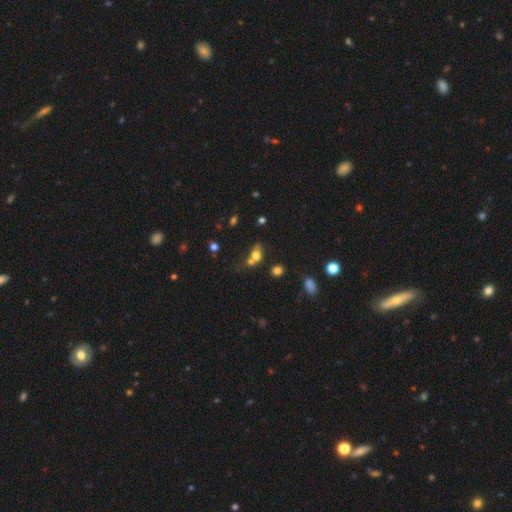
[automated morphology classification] Smooth or featured?
  - smooth: 70% *
  - star or artifact: 16%
  - featured or disk: 14%
How rounded?
  - in between: 51% *
  - round: 46%
  - cigar-shaped: 3%
Merging?
  - merger: 48% *
  - none: 32%
  - minor disturbance: 12%
  - major disturbance: 8%